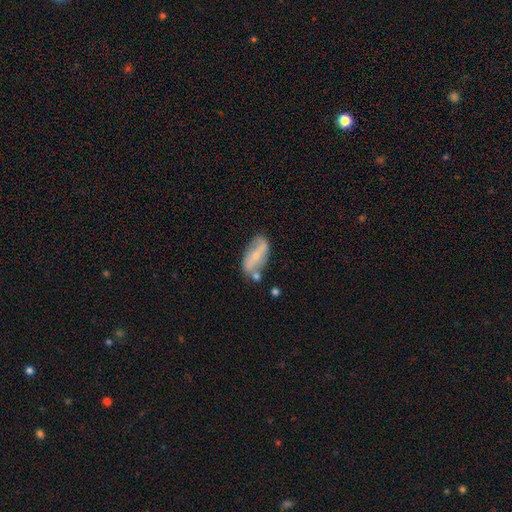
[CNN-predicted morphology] This appears to be a featured or disk galaxy (62%) with a strong bar (51%), spiral arms (64%) and a small central bulge (65%). Merging: none (63%).